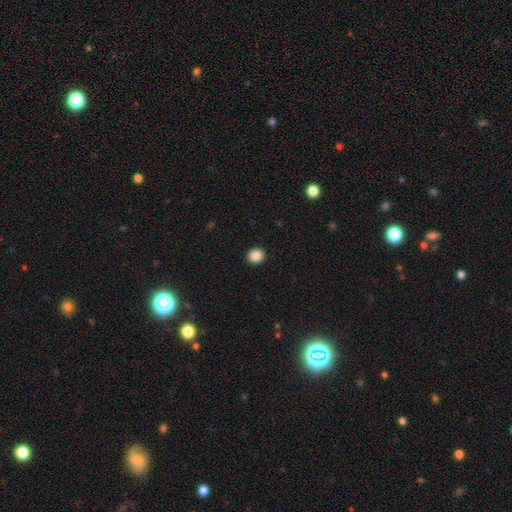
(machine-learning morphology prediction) smooth 88%, star or artifact 9%, featured or disk 3%. Down the decision tree: how rounded — round (86%); merging — none (93%).